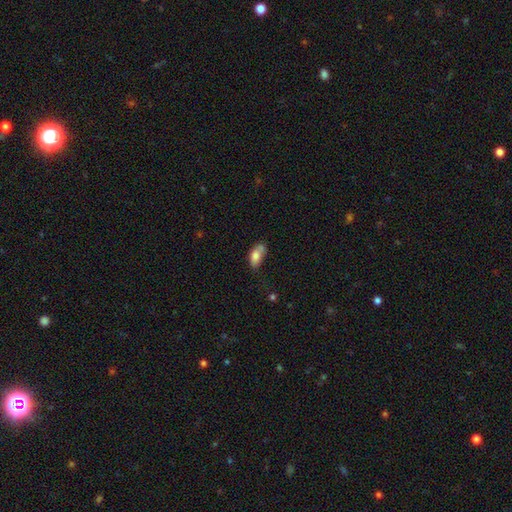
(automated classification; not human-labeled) This is likely a smooth galaxy (76%). How rounded: clearly in between (88%). Merging: marginally none (35%).